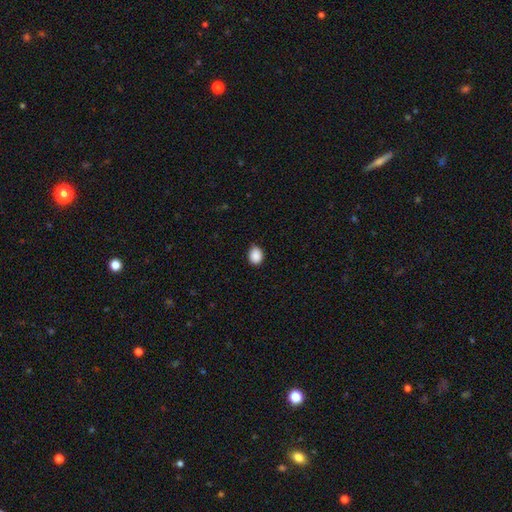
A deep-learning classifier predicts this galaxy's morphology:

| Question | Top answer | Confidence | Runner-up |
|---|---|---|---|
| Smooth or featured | smooth | 89% | star or artifact (8%) |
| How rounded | in between | 52% | round (48%) |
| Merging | none | 81% | minor disturbance (16%) |